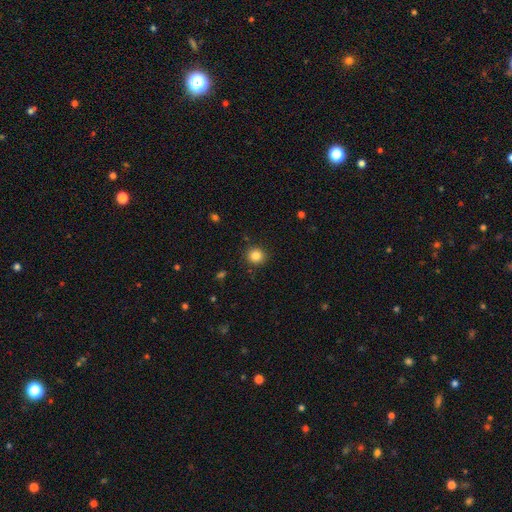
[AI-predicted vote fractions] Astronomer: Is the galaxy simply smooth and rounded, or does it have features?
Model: smooth — 84%.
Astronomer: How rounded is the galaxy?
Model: round — 91%.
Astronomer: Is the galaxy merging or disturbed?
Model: none — 90%.